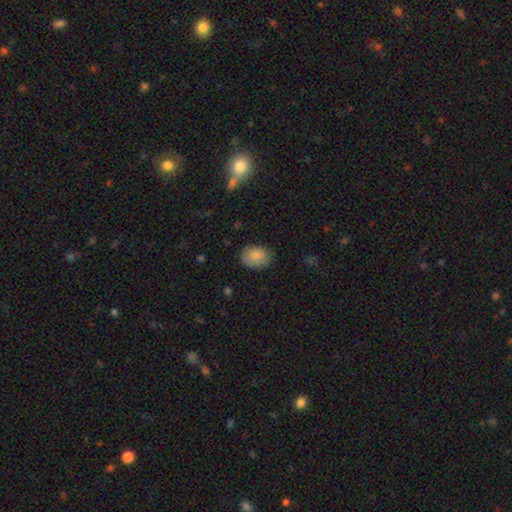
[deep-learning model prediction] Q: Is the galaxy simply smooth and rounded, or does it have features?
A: smooth — 86%.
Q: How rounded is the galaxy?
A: in between — 70%.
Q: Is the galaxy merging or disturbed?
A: none — 79%.